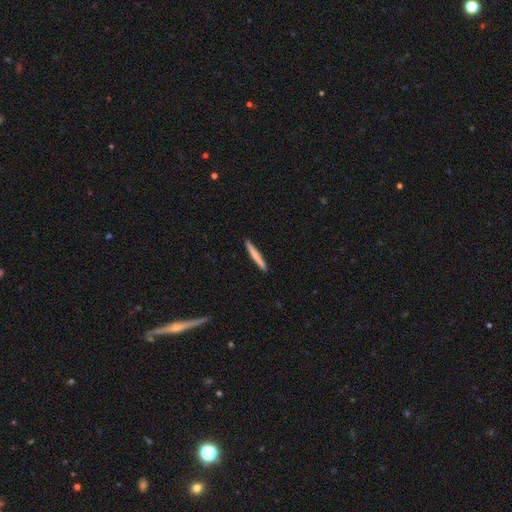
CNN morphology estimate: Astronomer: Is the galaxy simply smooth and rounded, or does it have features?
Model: smooth — 70%.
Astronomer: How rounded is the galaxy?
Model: cigar-shaped — 96%.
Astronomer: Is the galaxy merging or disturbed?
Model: none — 92%.